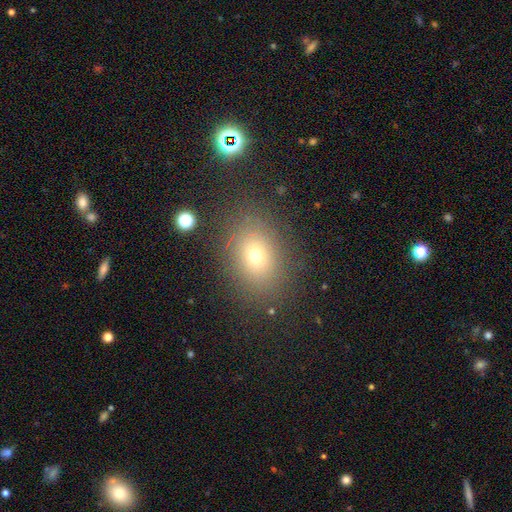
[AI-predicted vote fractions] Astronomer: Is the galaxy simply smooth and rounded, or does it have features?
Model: smooth — 69%.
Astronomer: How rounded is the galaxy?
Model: in between — 60% (runner-up: round, 38%).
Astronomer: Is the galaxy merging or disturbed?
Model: none — 84%.